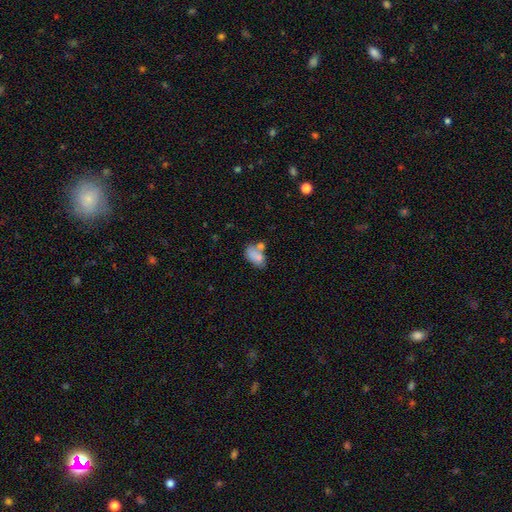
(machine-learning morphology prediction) This appears to be a smooth galaxy with no disk features (76%) that is in between round and cigar-shaped (87%). Merging: none (38%).